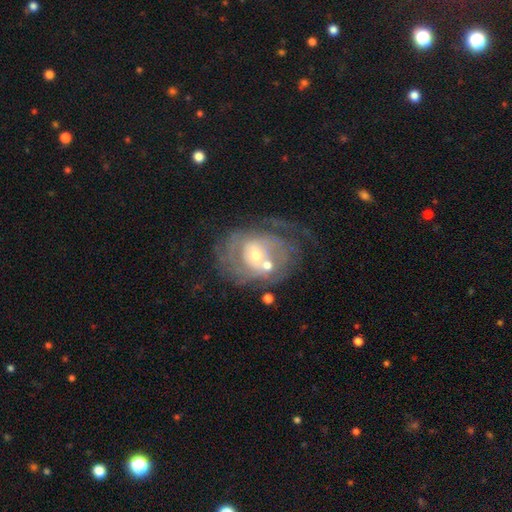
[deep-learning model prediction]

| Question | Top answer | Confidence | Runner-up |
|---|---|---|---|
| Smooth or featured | featured or disk | 76% | smooth (15%) |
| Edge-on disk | no | 97% | yes (3%) |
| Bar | no | 60% | weak (32%) |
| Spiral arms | yes | 73% | no (27%) |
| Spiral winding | tight | 57% | medium (30%) |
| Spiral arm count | can't tell | 50% | 2 (27%) |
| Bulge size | moderate | 47% | small (46%) |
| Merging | none | 39% | merger (21%) |